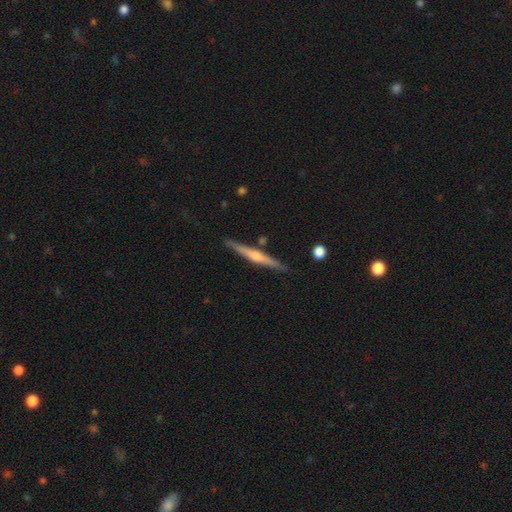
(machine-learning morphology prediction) Overall: featured or disk (71%). Edge-on disk: yes (98%). Edge-on bulge: rounded (76%). Merging: none (88%).